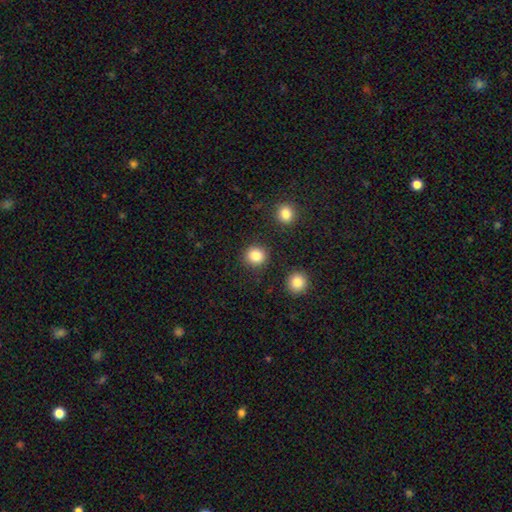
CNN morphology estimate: smooth-or-featured: smooth: 86% | star or artifact: 10% | featured or disk: 4%
  how-rounded: round: 91% | in between: 8% | cigar-shaped: 1%
  merging: none: 89% | minor disturbance: 6% | merger: 3% | major disturbance: 2%